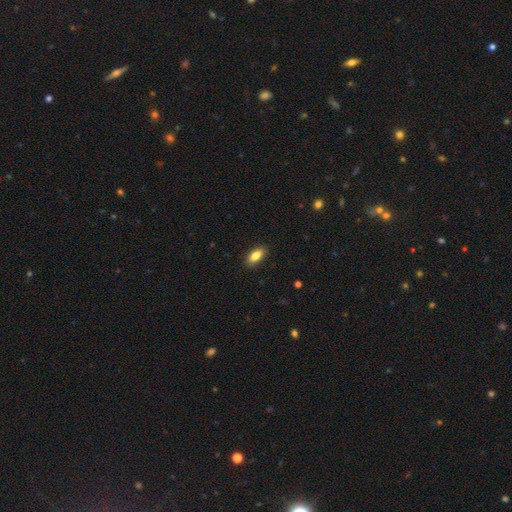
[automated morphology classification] This appears to be a smooth galaxy with no disk features (84%) that is in between round and cigar-shaped (84%). Merging: none (88%).